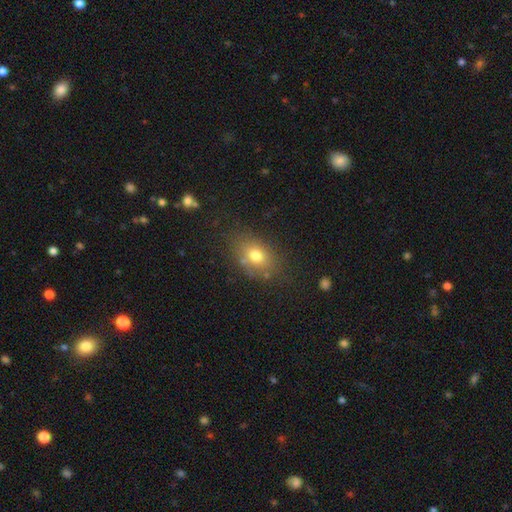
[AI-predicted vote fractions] Q: Smooth or featured?
A: smooth (73%); runner-up: featured or disk (14%)
Q: How rounded?
A: in between (73%); runner-up: round (26%)
Q: Merging?
A: none (74%); runner-up: minor disturbance (16%)